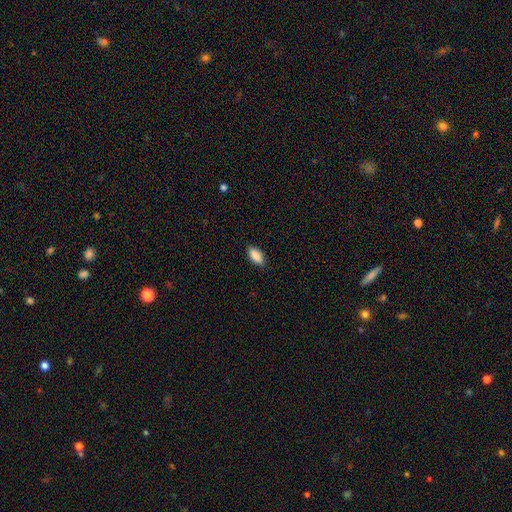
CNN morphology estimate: Smooth or featured? smooth (88%)
How rounded? in between (88%)
Merging? none (87%)